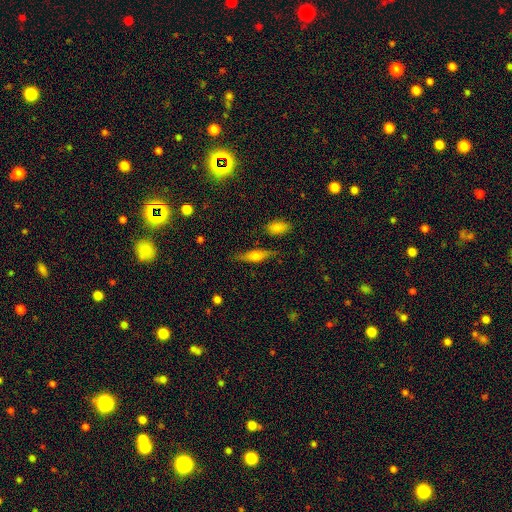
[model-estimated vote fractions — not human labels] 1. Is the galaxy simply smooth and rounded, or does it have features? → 50% featured or disk, 43% smooth, 8% star or artifact.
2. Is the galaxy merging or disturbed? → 82% none, 12% minor disturbance, 3% major disturbance, 3% merger.